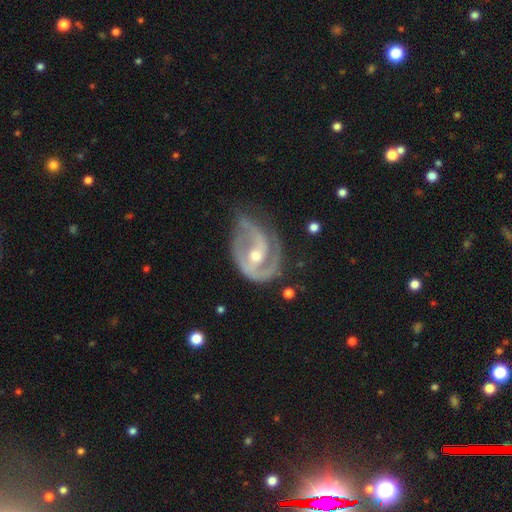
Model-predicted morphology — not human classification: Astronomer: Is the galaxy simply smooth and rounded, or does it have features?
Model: featured or disk — 88%.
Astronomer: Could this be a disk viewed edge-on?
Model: no — 97%.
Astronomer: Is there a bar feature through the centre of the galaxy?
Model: weak — 44% (runner-up: no, 34%).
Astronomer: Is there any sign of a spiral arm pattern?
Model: yes — 94%.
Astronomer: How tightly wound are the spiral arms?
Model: medium — 45% (runner-up: tight, 39%).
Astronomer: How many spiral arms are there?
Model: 2 — 61%.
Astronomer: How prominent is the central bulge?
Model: moderate — 56% (runner-up: small, 39%).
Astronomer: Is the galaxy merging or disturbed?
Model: none — 45% (runner-up: minor disturbance, 29%).